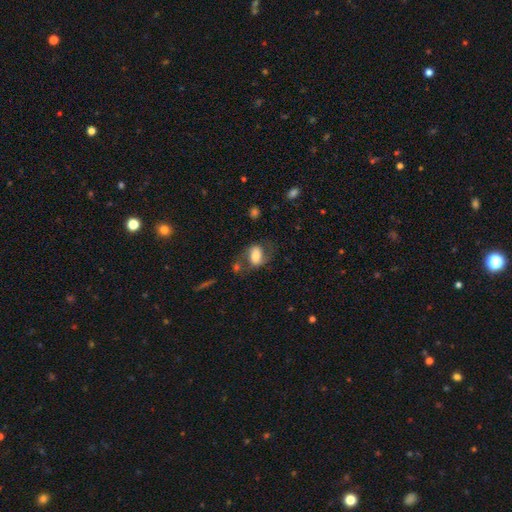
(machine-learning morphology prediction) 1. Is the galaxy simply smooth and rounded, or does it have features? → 52% smooth, 39% featured or disk, 9% star or artifact.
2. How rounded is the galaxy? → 76% in between, 21% round, 2% cigar-shaped.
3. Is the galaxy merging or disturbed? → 50% none, 22% minor disturbance, 18% major disturbance, 10% merger.